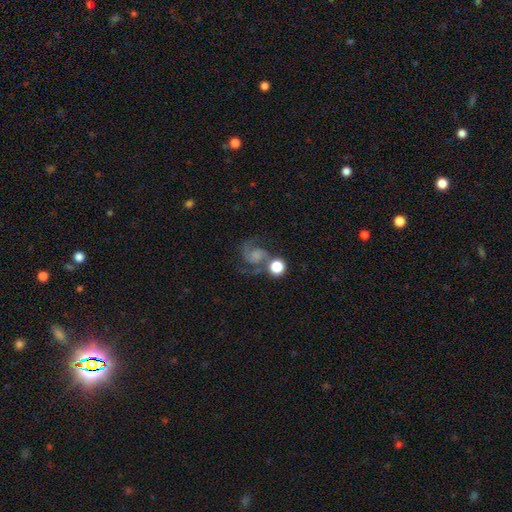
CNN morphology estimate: A featured or disk galaxy (70%) with no bar (70%), 2 (90%) medium (50%) spiral arms (95%) and no central bulge (37%). Merging: none (53%).